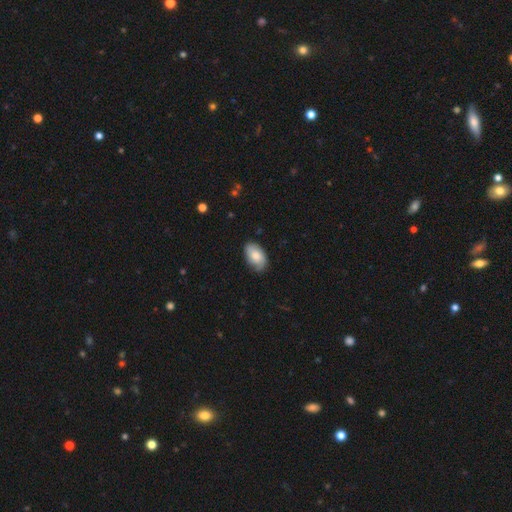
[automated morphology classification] Smooth or featured? Predicted: smooth (p=0.67). How rounded? Predicted: in between (p=0.91). Merging? Predicted: none (p=0.72).